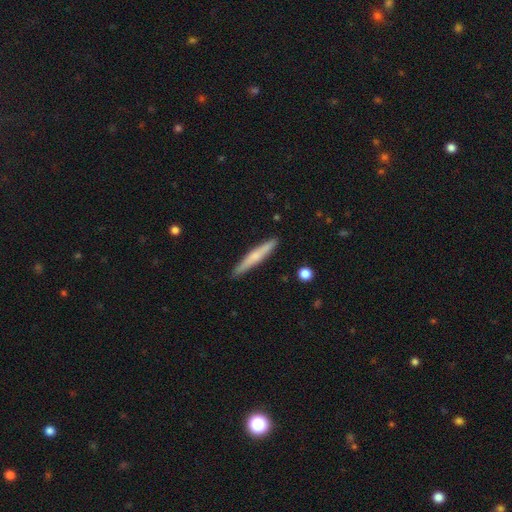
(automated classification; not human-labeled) Morphology: type=smooth (51%); roundness=cigar-shaped (95%); merging=none (90%).